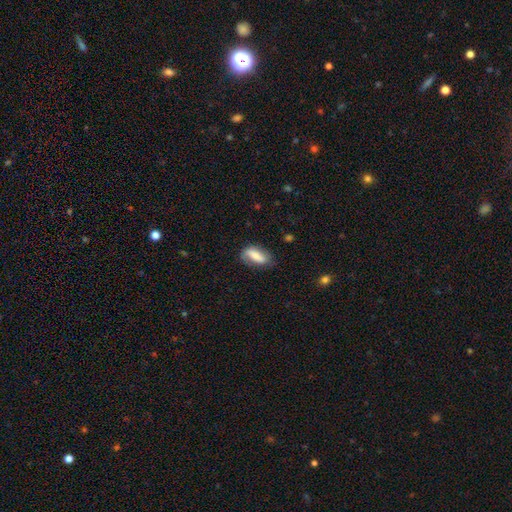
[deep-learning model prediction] Smooth or featured: smooth — 61% (featured or disk — 31%)
How rounded: in between — 81% (cigar-shaped — 15%)
Merging: none — 58% (minor disturbance — 27%)